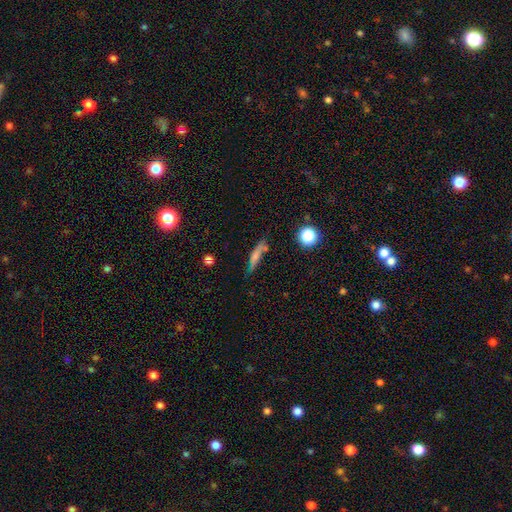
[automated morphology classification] type=smooth (60%); roundness=cigar-shaped (79%); merging=none (64%).